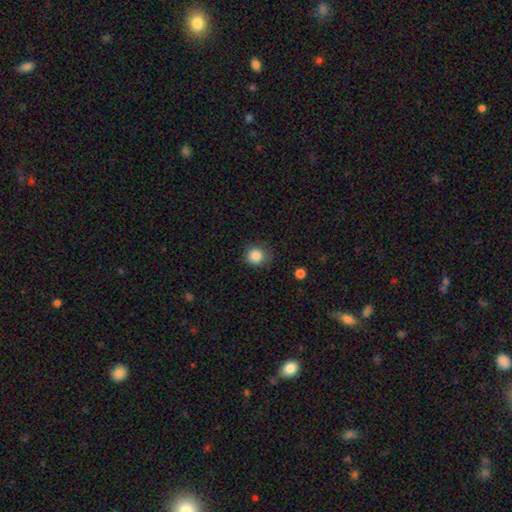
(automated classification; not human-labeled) Smooth or featured: smooth — 86% (star or artifact — 10%)
How rounded: round — 88% (in between — 11%)
Merging: none — 76% (minor disturbance — 17%)